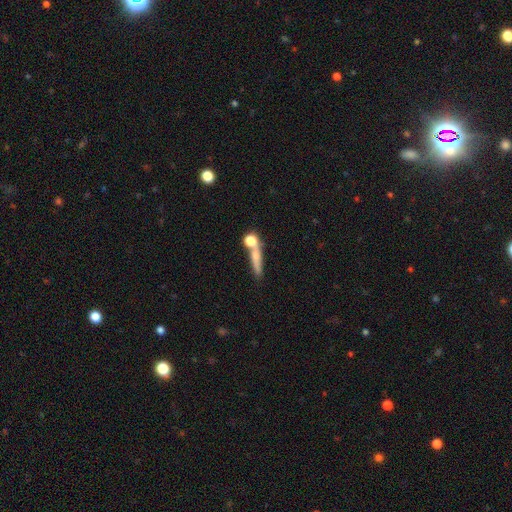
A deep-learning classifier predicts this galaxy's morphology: The model was most divided on "merging": none: 51%, merger: 27%, minor disturbance: 13%, major disturbance: 10%. More confident: smooth or featured — smooth (59%); how rounded — cigar-shaped (58%).